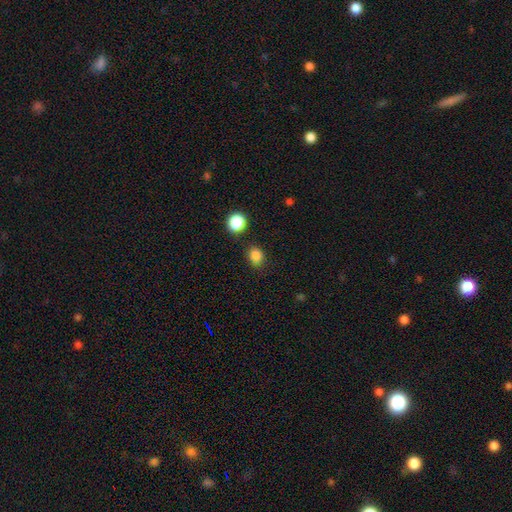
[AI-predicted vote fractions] Smooth or featured? smooth (84%)
How rounded? round (60%)
Merging? none (83%)